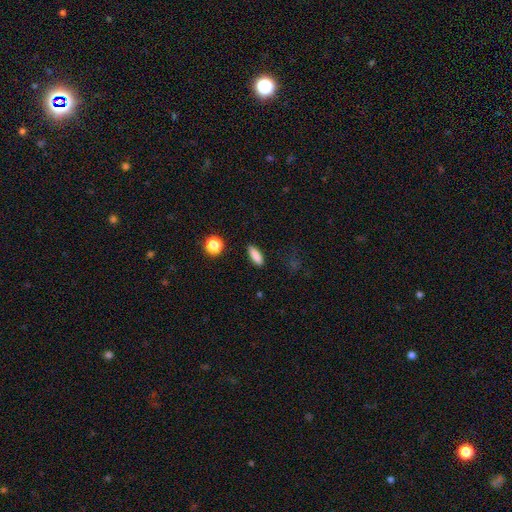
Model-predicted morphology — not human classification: smooth 86%, star or artifact 9%, featured or disk 5%. Down the decision tree: how rounded — in between (60%); merging — none (88%).